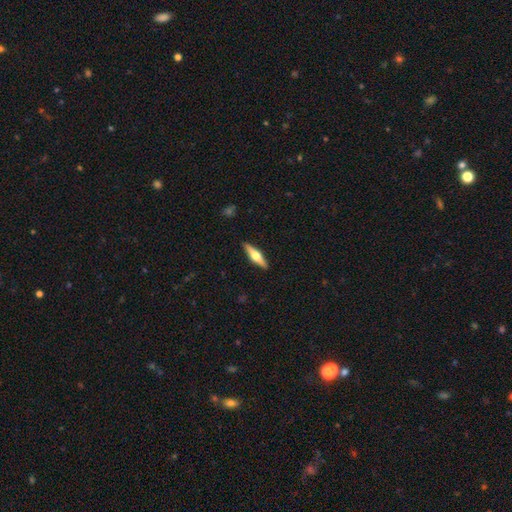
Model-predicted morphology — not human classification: This appears to be a featured or disk galaxy (64%) viewed edge-on (97%) with a rounded central bulge (95%). Merging: none (91%).